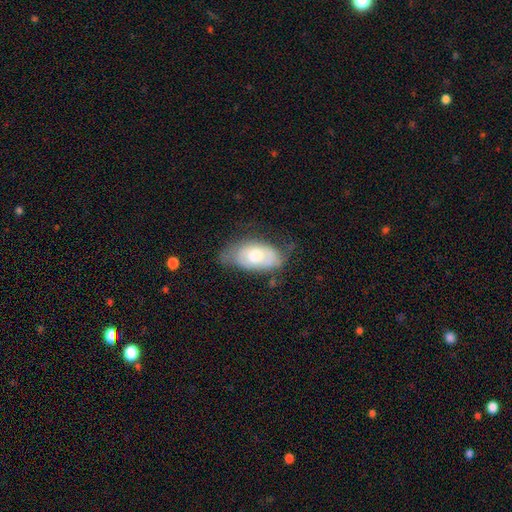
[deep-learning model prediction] A featured or disk galaxy (48%).

Vote fractions:
- Smooth or featured? featured or disk: 48% / smooth: 46% / star or artifact: 6%
- Merging? none: 49% / minor disturbance: 35% / major disturbance: 15% / merger: 2%